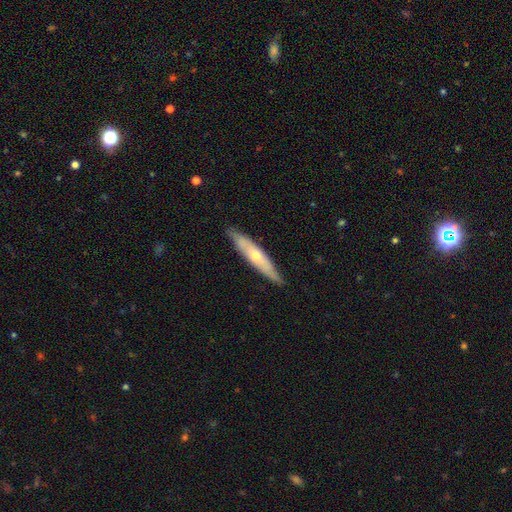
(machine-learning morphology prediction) Overall: featured or disk (55%; smooth 39%). Edge-on disk: yes (74%). Merging: none (84%).